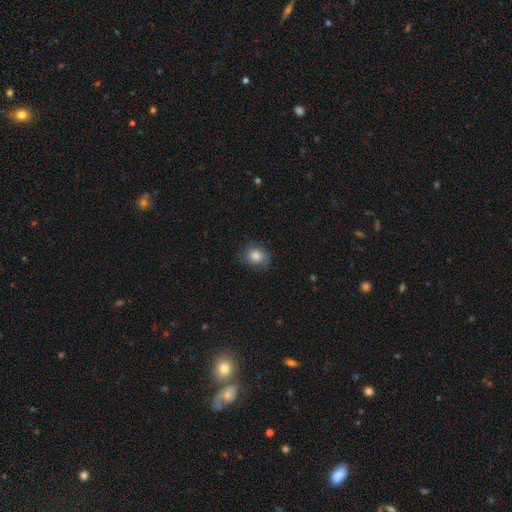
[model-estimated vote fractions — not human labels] Overall: smooth (79%). How rounded: round (63%; in between 36%). Merging: none (76%).